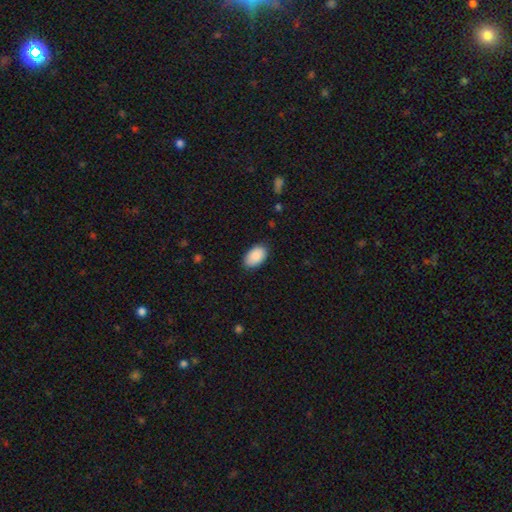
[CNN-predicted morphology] smooth_or_featured: smooth (p=0.90) [alt: star or artifact p=0.06]
how_rounded: in between (p=0.93) [alt: round p=0.06]
merging: none (p=0.85) [alt: minor disturbance p=0.11]